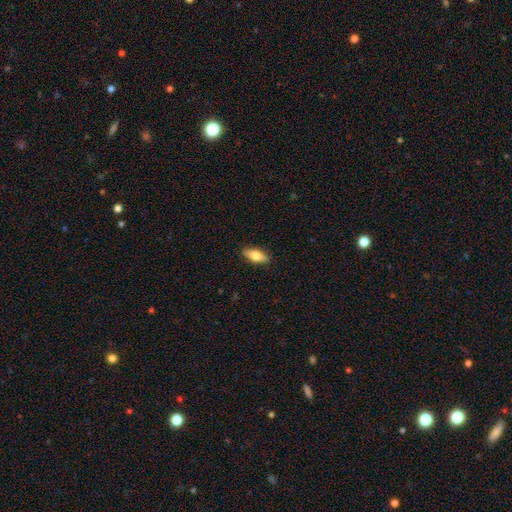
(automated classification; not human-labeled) smooth-or-featured: smooth: 73% | featured or disk: 21% | star or artifact: 6%
  how-rounded: in between: 79% | cigar-shaped: 18% | round: 3%
  merging: none: 89% | minor disturbance: 8% | major disturbance: 2% | merger: 1%